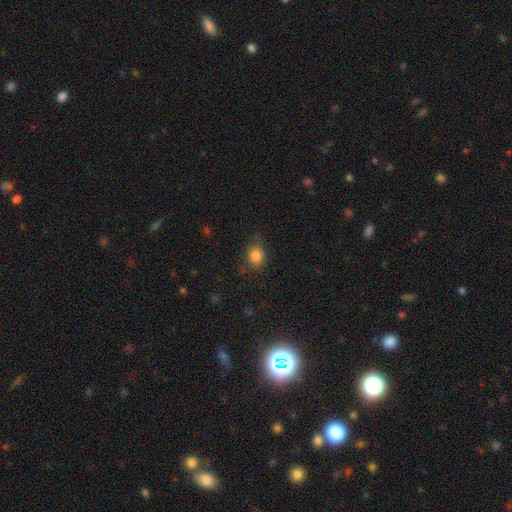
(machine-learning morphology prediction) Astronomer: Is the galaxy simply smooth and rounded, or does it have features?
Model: smooth — 84%.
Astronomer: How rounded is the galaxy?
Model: round — 51% (runner-up: in between, 48%).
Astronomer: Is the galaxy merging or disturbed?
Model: none — 73%.